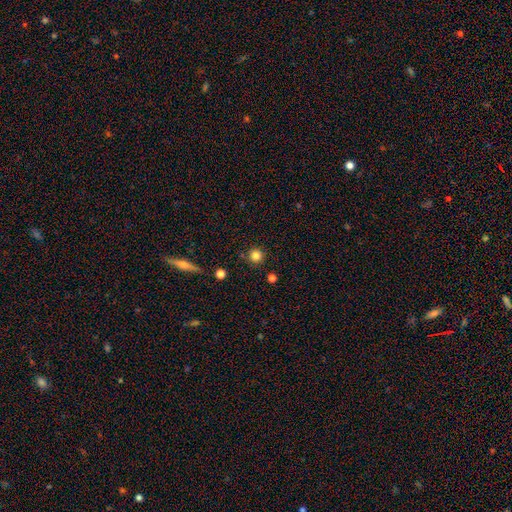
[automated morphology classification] This is clearly a smooth galaxy (82%). How rounded: clearly round (95%). Merging: clearly none (89%).